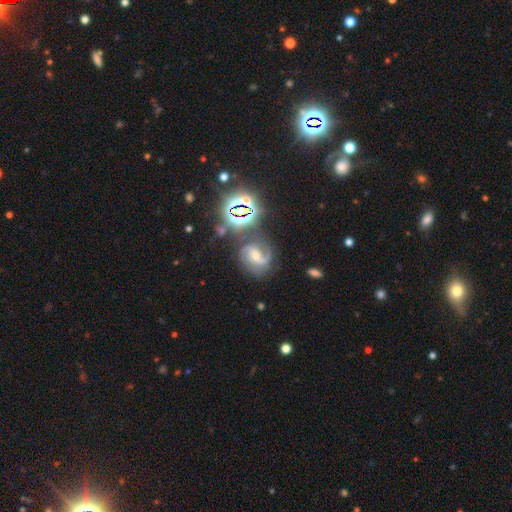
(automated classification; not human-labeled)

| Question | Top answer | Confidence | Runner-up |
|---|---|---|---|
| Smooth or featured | featured or disk | 72% | star or artifact (19%) |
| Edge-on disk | no | 97% | yes (3%) |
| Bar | weak | 43% | no (34%) |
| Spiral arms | yes | 95% | no (5%) |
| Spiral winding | medium | 53% | tight (27%) |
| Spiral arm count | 2 | 71% | can't tell (9%) |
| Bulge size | moderate | 54% | small (42%) |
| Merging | none | 64% | minor disturbance (19%) |